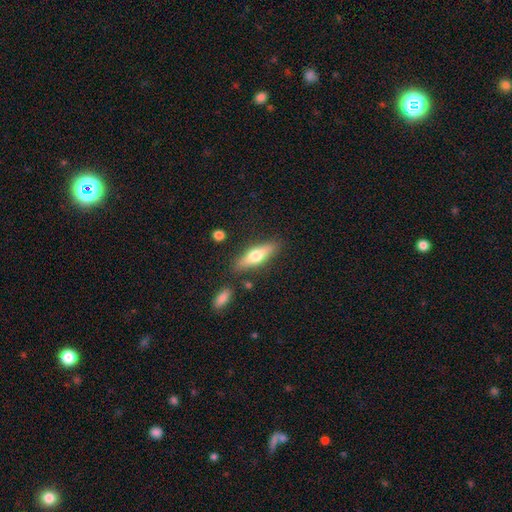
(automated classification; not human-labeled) smooth 51%, featured or disk 43%, star or artifact 6%. Down the decision tree: how rounded — cigar-shaped (61%); merging — none (82%).